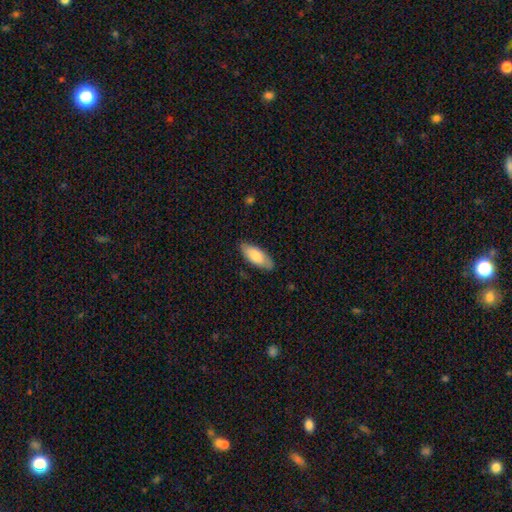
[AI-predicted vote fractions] Smooth or featured? Predicted: smooth (p=0.81). How rounded? Predicted: in between (p=0.80). Merging? Predicted: none (p=0.83).